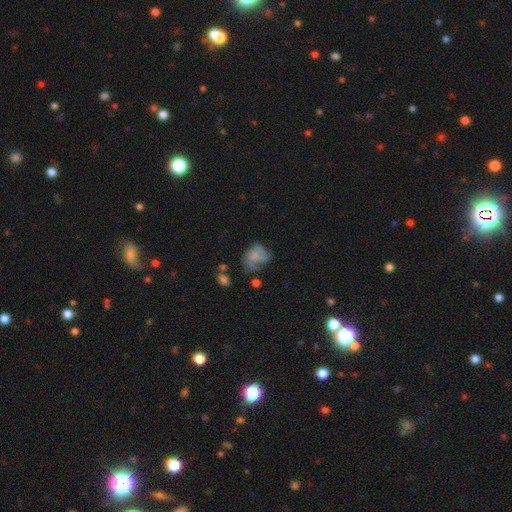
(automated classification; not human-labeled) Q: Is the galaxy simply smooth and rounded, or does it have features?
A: smooth — 45%.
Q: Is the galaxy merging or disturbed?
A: major disturbance — 36%.